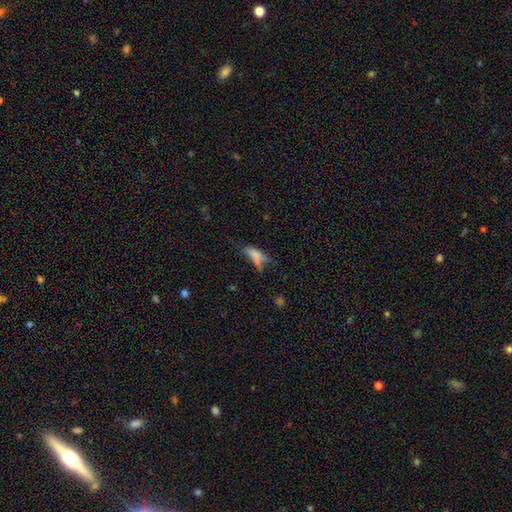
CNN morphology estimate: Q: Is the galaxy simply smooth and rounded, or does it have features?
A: smooth — 68%.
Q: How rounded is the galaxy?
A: in between — 67%.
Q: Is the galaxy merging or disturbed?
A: none — 31%.